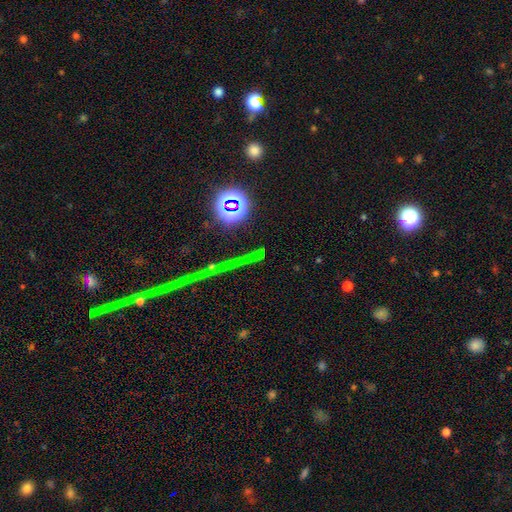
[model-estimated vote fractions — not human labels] This is likely a star or artifact rather than a galaxy (75%).